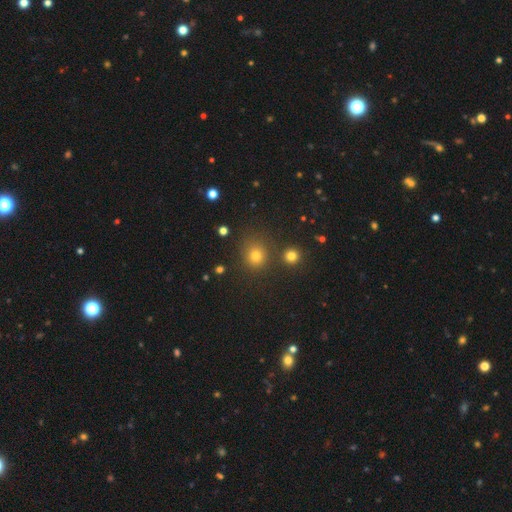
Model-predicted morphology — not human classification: smooth-or-featured: smooth: 73% | star or artifact: 20% | featured or disk: 6%
  how-rounded: round: 84% | in between: 15% | cigar-shaped: 1%
  merging: none: 78% | minor disturbance: 10% | merger: 8% | major disturbance: 4%